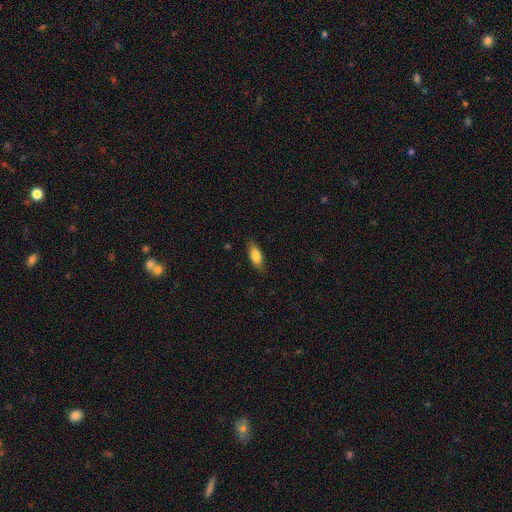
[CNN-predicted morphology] A smooth galaxy with no disk features (79%) that is in between round and cigar-shaped (72%).

Vote fractions:
- Smooth or featured? smooth: 79% / featured or disk: 15% / star or artifact: 6%
- How rounded? in between: 72% / cigar-shaped: 26% / round: 3%
- Merging? none: 83% / minor disturbance: 13% / major disturbance: 3% / merger: 1%